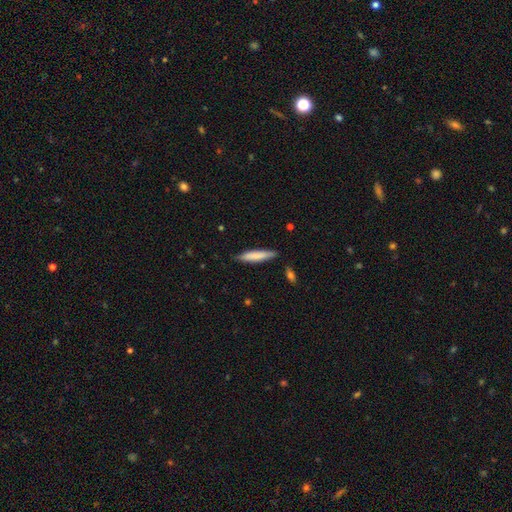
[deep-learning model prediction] This is likely a smooth galaxy (78%). How rounded: clearly cigar-shaped (86%). Merging: clearly none (82%).